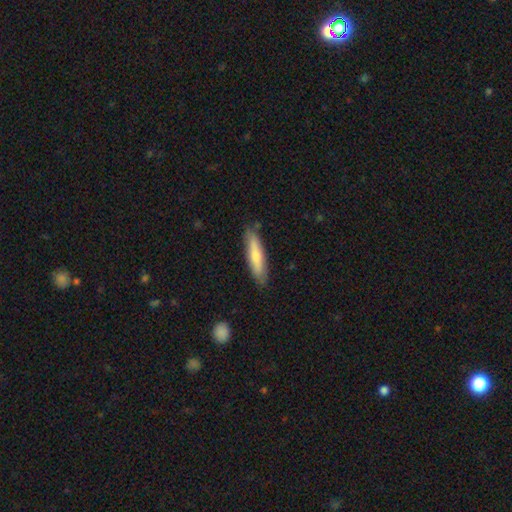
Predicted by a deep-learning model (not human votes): Morphology: type=smooth (64%); roundness=cigar-shaped (78%); merging=none (83%).